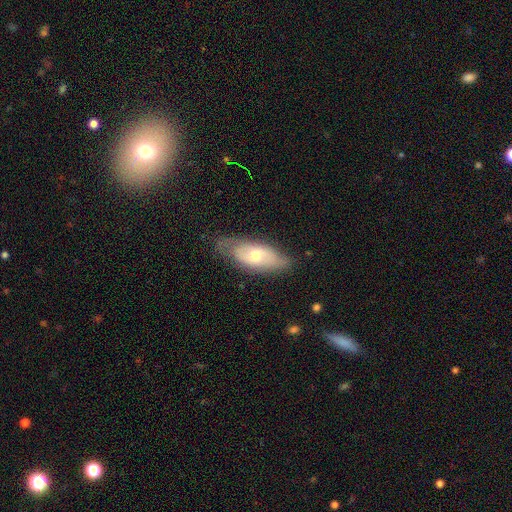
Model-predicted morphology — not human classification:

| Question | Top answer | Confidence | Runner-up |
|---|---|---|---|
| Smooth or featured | smooth | 47% | tied: featured or disk (47%) |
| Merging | none | 71% | minor disturbance (22%) |